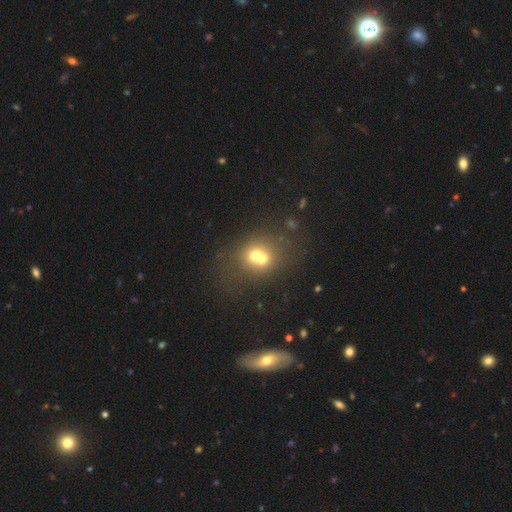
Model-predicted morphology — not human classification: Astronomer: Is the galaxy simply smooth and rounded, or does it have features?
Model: smooth — 61%.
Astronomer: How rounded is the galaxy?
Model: round — 76%.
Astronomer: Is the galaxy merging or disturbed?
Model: merger — 60%.